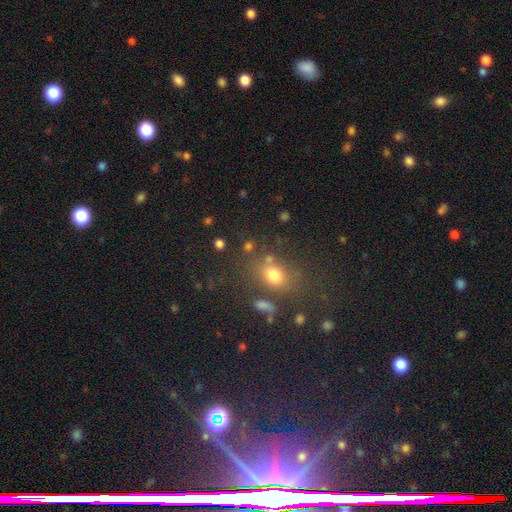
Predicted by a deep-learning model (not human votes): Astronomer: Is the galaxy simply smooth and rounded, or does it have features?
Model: star or artifact — 61%.